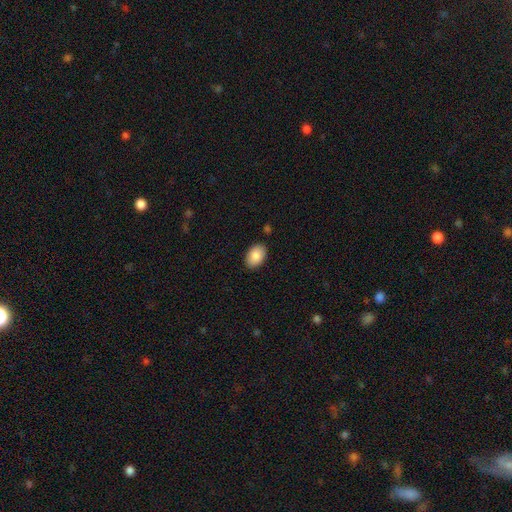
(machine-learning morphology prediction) This is clearly a smooth galaxy (87%). How rounded: clearly in between (88%). Merging: clearly none (87%).